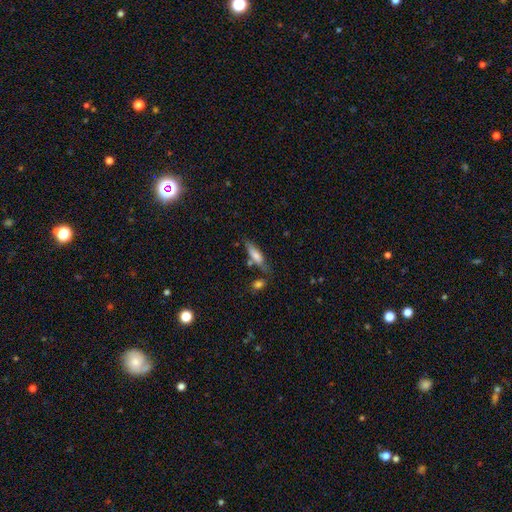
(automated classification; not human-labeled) This is likely a smooth galaxy (67%). How rounded: likely cigar-shaped (69%). Merging: likely none (67%).